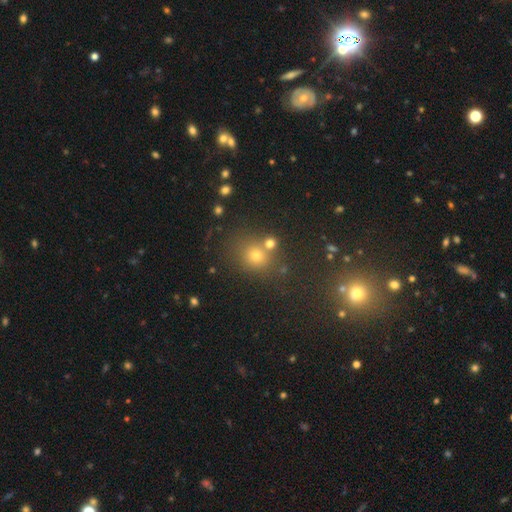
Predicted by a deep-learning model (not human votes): This appears to be a smooth galaxy with no disk features (70%) that is round (77%). Merging: none (63%).